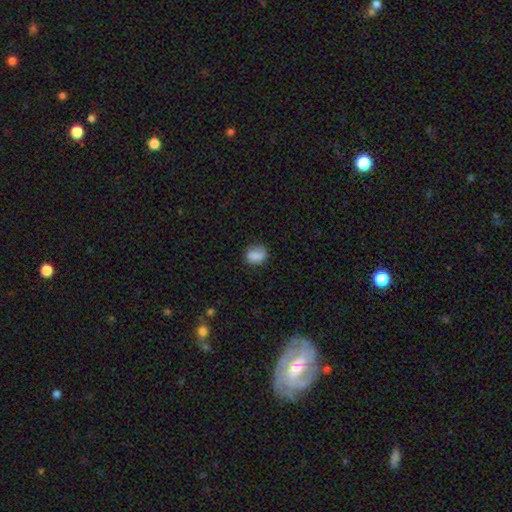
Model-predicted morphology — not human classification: smooth 84%, star or artifact 9%, featured or disk 7%. Down the decision tree: how rounded — round (53%); merging — none (67%).